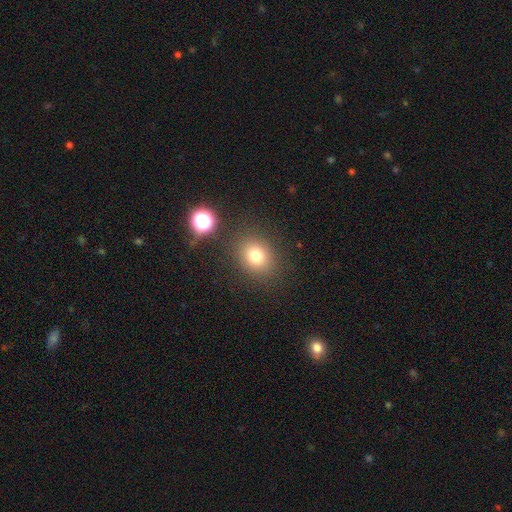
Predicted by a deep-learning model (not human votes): This appears to be a smooth galaxy with no disk features (77%) that is round (66%). Merging: none (83%).